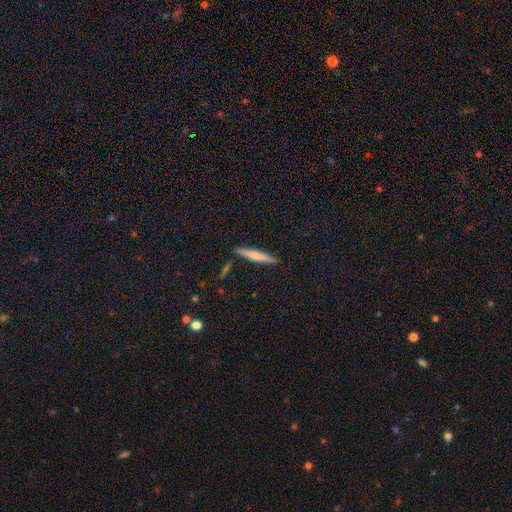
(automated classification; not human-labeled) Q: Smooth or featured?
A: smooth (62%); runner-up: featured or disk (32%)
Q: How rounded?
A: cigar-shaped (94%); runner-up: in between (5%)
Q: Merging?
A: none (87%); runner-up: minor disturbance (8%)